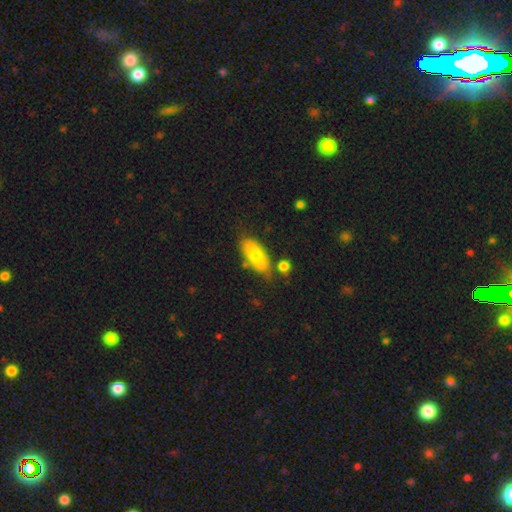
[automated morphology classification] Smooth or featured? smooth (72%)
How rounded? in between (89%)
Merging? none (63%)